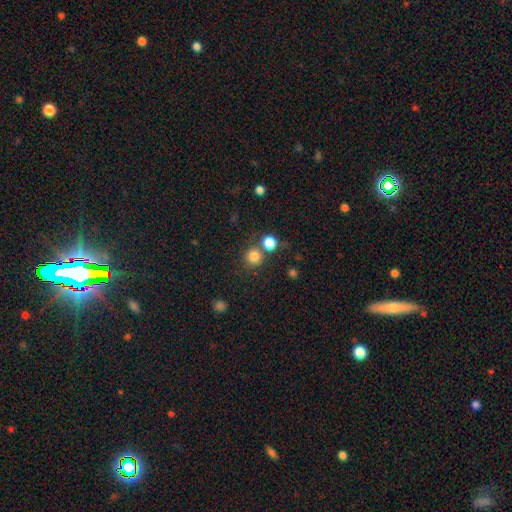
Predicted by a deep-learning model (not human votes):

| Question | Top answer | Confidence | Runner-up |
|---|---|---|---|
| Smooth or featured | smooth | 81% | star or artifact (13%) |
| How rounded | round | 93% | in between (6%) |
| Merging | none | 71% | merger (19%) |